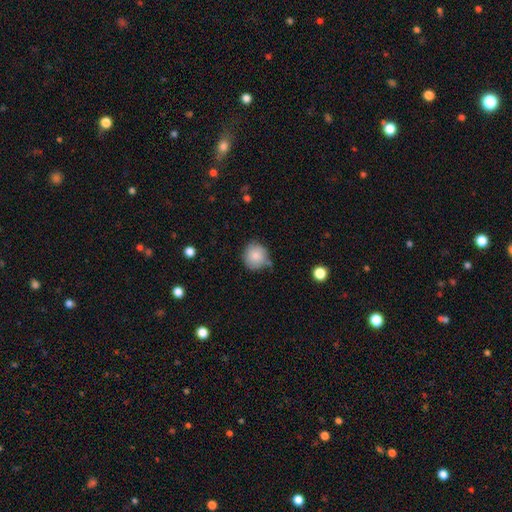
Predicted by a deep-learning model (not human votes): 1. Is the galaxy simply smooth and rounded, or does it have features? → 85% smooth, 8% star or artifact, 7% featured or disk.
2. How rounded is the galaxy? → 90% round, 9% in between, 1% cigar-shaped.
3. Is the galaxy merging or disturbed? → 69% none, 21% minor disturbance, 6% merger, 4% major disturbance.